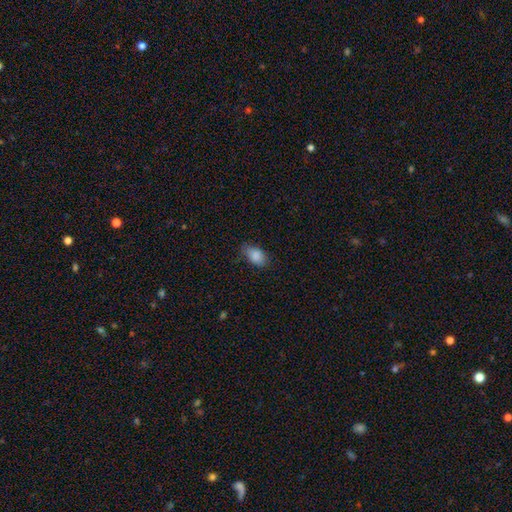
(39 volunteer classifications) A smooth galaxy with no disk features (95%) that is in between round and cigar-shaped (92%). Merging: none (69%).